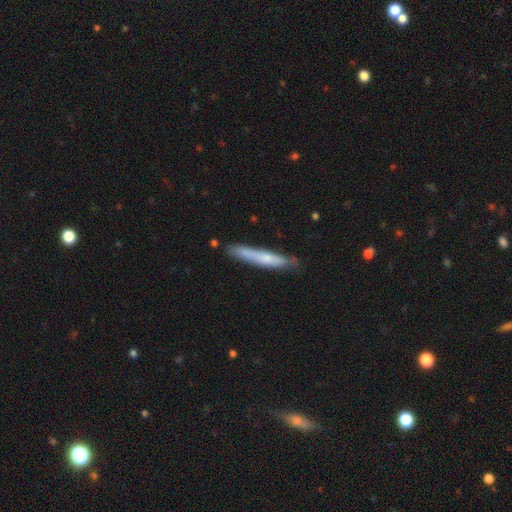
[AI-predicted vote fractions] Smooth or featured: smooth — 57% (featured or disk — 37%)
How rounded: cigar-shaped — 95% (in between — 4%)
Merging: none — 80% (minor disturbance — 15%)